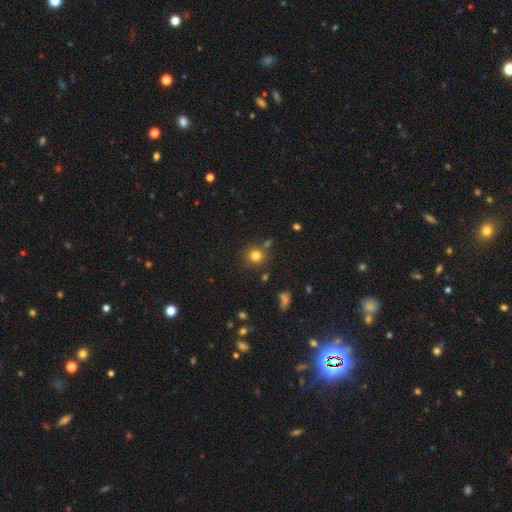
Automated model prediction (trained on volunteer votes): Smooth or featured?
  - smooth: 79% *
  - star or artifact: 13%
  - featured or disk: 7%
How rounded?
  - round: 88% *
  - in between: 11%
  - cigar-shaped: 1%
Merging?
  - none: 75% *
  - merger: 11%
  - minor disturbance: 10%
  - major disturbance: 3%